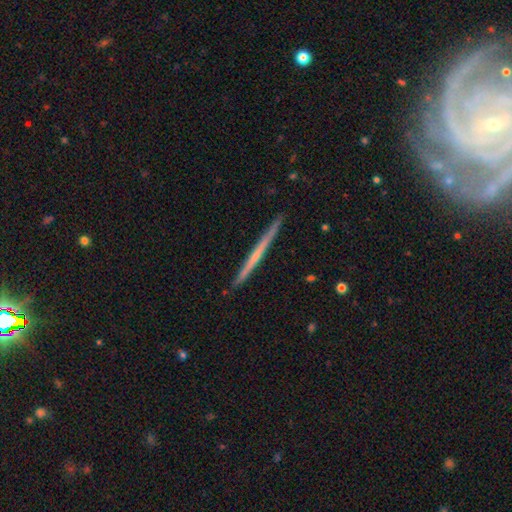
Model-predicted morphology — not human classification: A featured or disk galaxy (62%) viewed edge-on (98%) with no central bulge (74%). Merging: none (92%).